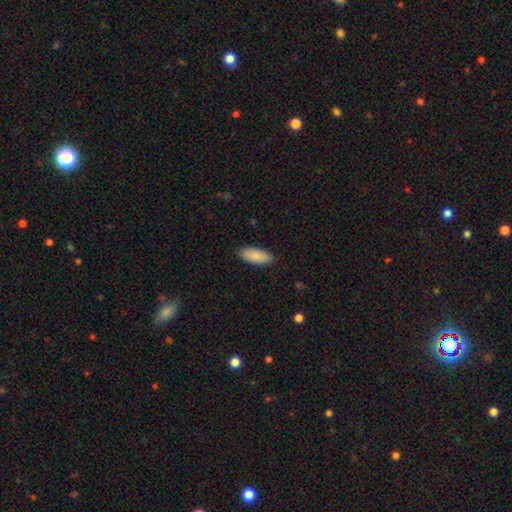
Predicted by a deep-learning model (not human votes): smooth_or_featured: smooth (p=0.89) [alt: star or artifact p=0.06]
how_rounded: in between (p=0.86) [alt: cigar-shaped p=0.13]
merging: none (p=0.88) [alt: minor disturbance p=0.09]